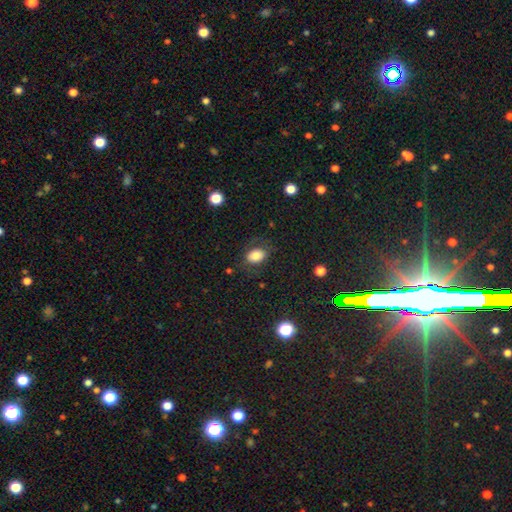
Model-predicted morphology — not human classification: This appears to be a smooth galaxy with no disk features (79%) that is in between round and cigar-shaped (79%). Merging: none (74%).